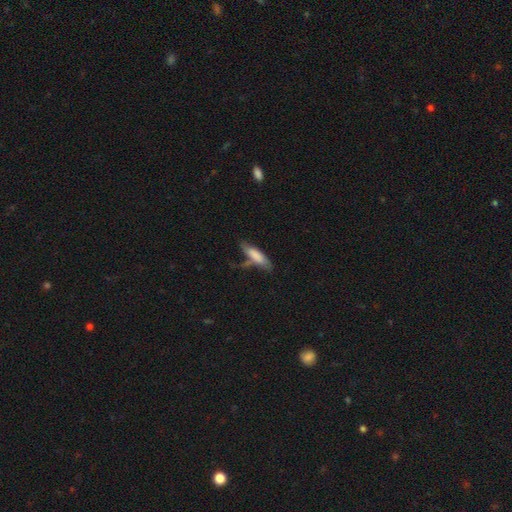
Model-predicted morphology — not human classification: Smooth or featured? Predicted: smooth (p=0.76). How rounded? Predicted: cigar-shaped (p=0.53). Merging? Predicted: none (p=0.48).